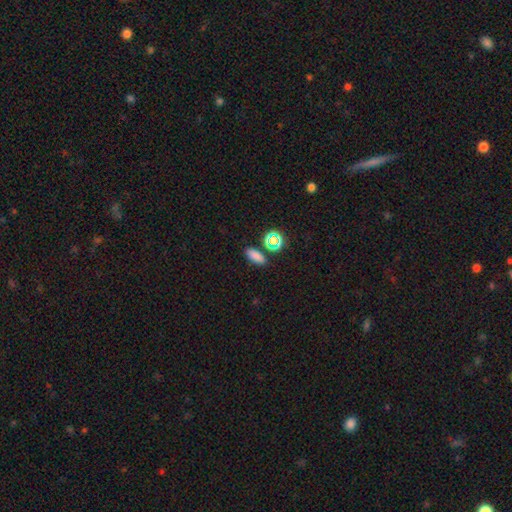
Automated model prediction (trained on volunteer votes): Smooth or featured? smooth (76%)
How rounded? in between (78%)
Merging? none (82%)